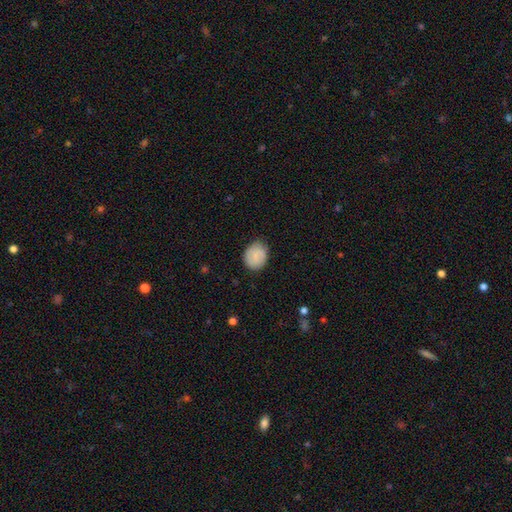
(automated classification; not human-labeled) This appears to be a smooth galaxy with no disk features (77%) that is round (67%). Merging: none (80%).